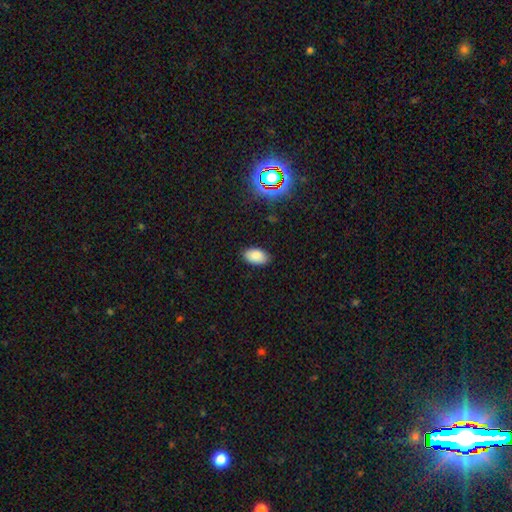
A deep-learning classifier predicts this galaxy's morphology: This is clearly a smooth galaxy (86%). How rounded: clearly in between (94%). Merging: clearly none (86%).